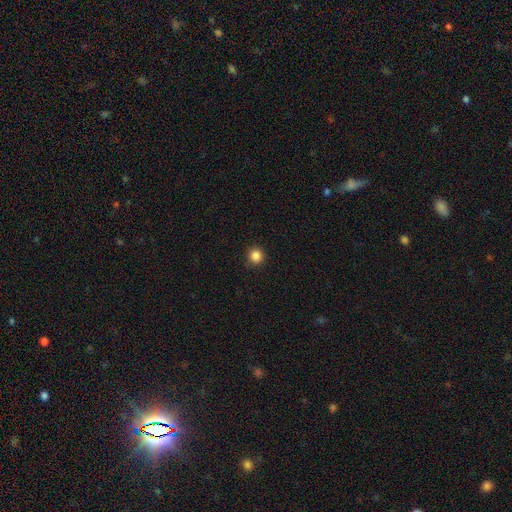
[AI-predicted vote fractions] Smooth or featured? smooth (86%)
How rounded? round (94%)
Merging? none (90%)